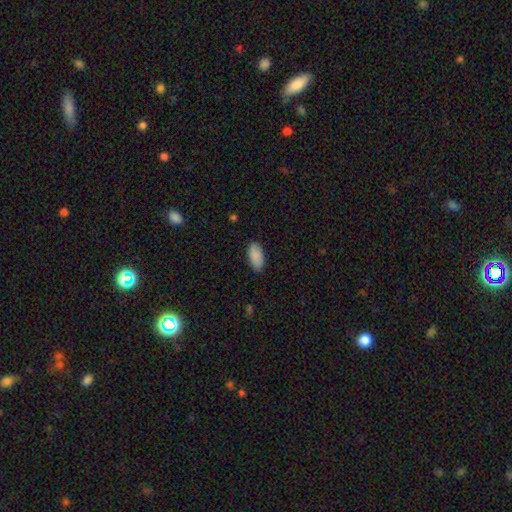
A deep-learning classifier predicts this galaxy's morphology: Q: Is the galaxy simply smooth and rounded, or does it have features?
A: smooth — 90%.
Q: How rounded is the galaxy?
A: in between — 94%.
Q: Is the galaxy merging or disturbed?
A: none — 85%.